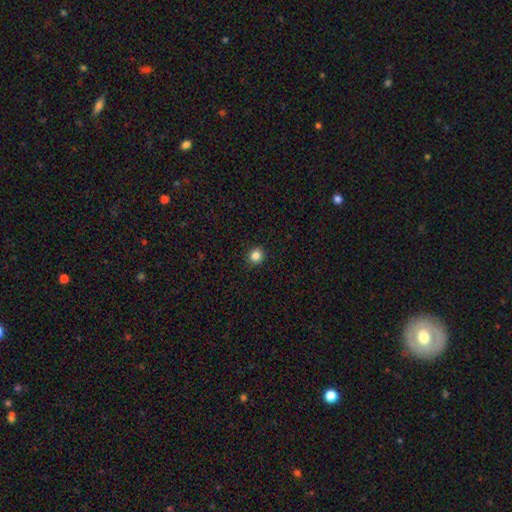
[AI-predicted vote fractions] Morphology: type=smooth (84%); roundness=round (89%); merging=none (91%).